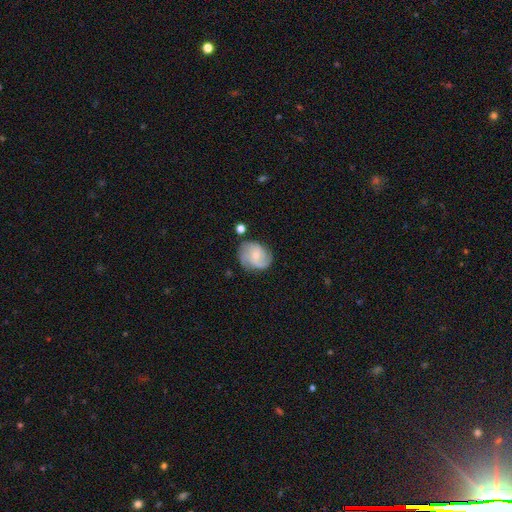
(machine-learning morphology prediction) Overall: featured or disk (69%). Edge-on disk: no (98%). Bar: no (65%; weak 31%). Spiral arms: yes (94%). Spiral arm count: 3 (39%; 2 30%). Spiral winding: medium (46%; tight 36%). Bulge size: small (62%; moderate 31%). Merging: none (70%).